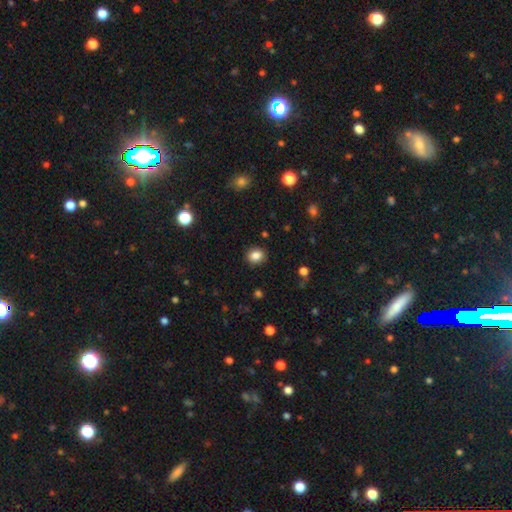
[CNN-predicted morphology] Q: Smooth or featured?
A: smooth (85%); runner-up: star or artifact (10%)
Q: How rounded?
A: round (67%); runner-up: in between (32%)
Q: Merging?
A: none (89%); runner-up: minor disturbance (8%)